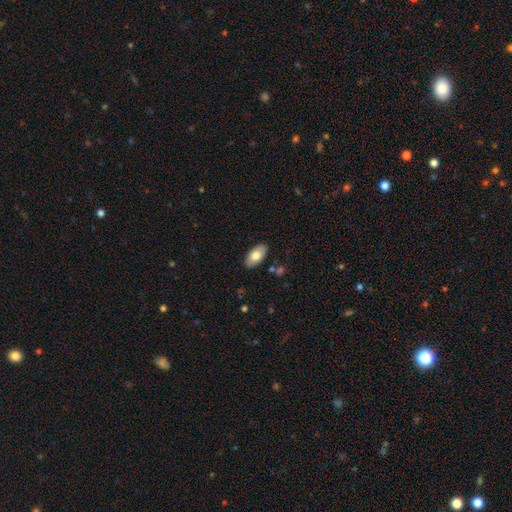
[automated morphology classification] smooth 74%, featured or disk 20%, star or artifact 6%. Down the decision tree: how rounded — in between (94%); merging — none (86%).